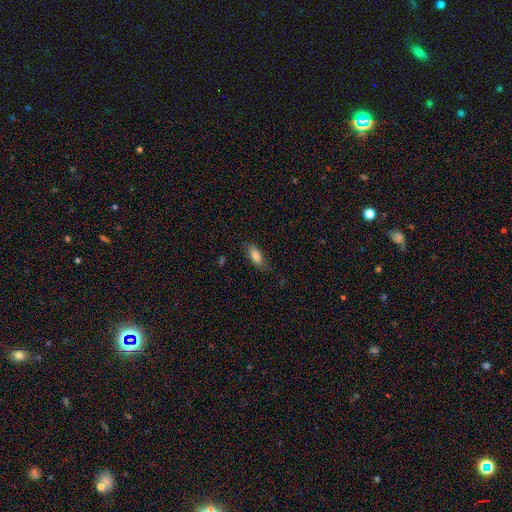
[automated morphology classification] A smooth galaxy with no disk features (83%) that is in between round and cigar-shaped (83%). Merging: none (77%).